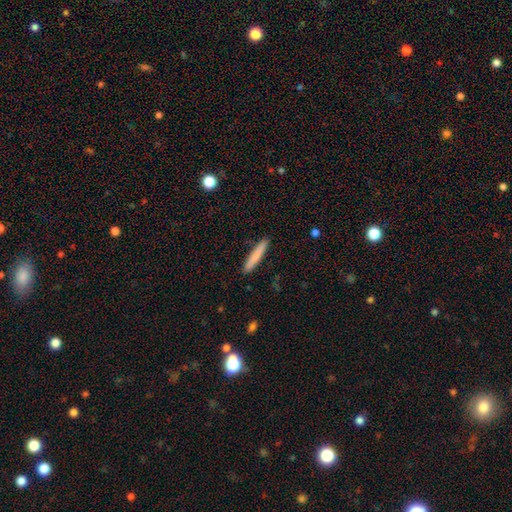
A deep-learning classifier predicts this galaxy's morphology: Smooth or featured? smooth (79%)
How rounded? cigar-shaped (94%)
Merging? none (91%)